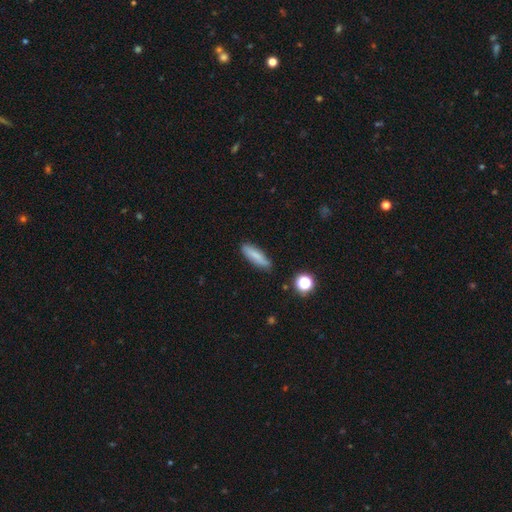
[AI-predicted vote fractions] Q: Smooth or featured?
A: smooth (77%); runner-up: featured or disk (15%)
Q: How rounded?
A: cigar-shaped (59%); runner-up: in between (38%)
Q: Merging?
A: none (78%); runner-up: minor disturbance (16%)